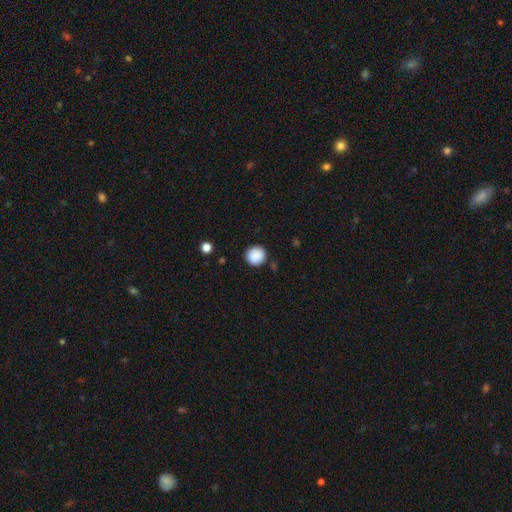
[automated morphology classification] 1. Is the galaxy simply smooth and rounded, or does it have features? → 89% smooth, 9% star or artifact, 3% featured or disk.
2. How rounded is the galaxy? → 94% round, 5% in between, 1% cigar-shaped.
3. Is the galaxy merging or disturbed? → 88% none, 8% minor disturbance, 2% major disturbance, 2% merger.